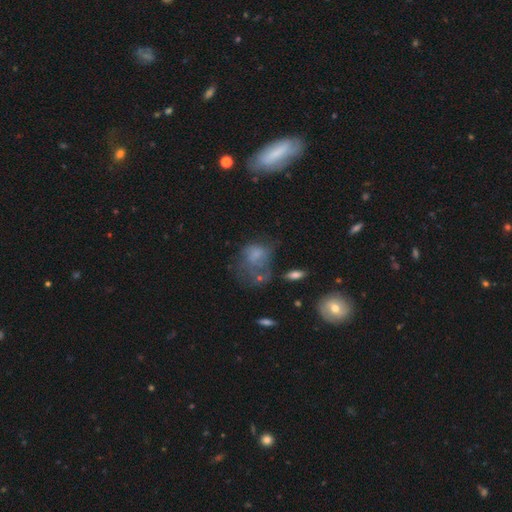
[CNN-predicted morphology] This is possibly a smooth galaxy (54%). How rounded: likely in between (63%). Merging: marginally major disturbance (37%).